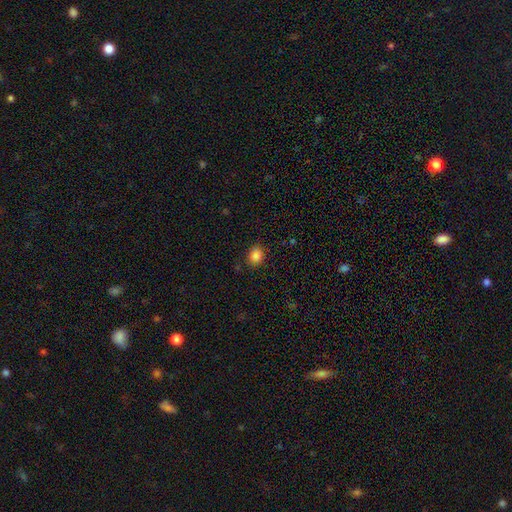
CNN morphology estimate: A smooth galaxy with no disk features (85%) that is round (60%).

Vote fractions:
- Smooth or featured? smooth: 85% / star or artifact: 11% / featured or disk: 4%
- How rounded? round: 60% / in between: 39% / cigar-shaped: 1%
- Merging? none: 86% / minor disturbance: 10% / major disturbance: 3% / merger: 1%